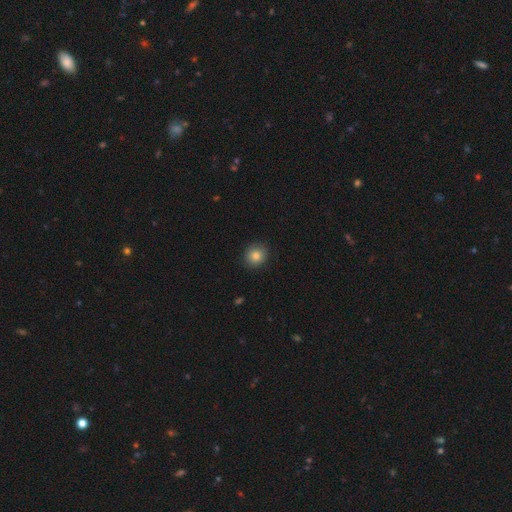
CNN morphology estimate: Smooth or featured? smooth (83%)
How rounded? round (84%)
Merging? none (88%)